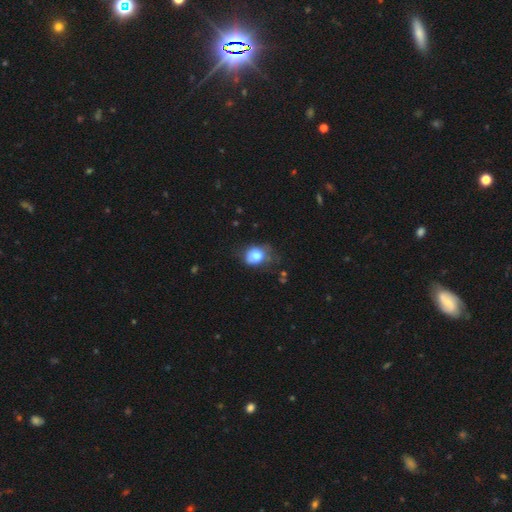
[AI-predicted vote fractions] This appears to be a smooth galaxy with no disk features (79%) that is round (51%). Merging: none (45%).